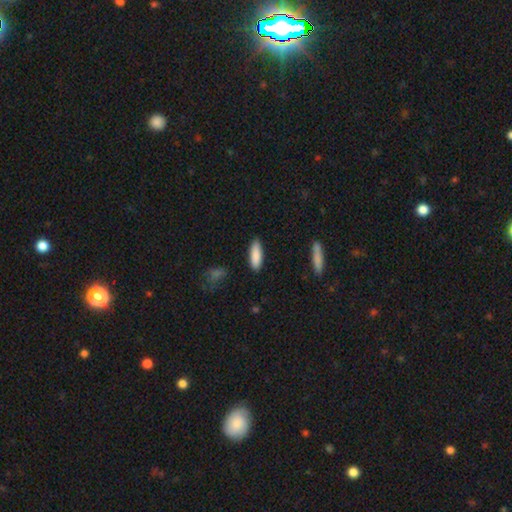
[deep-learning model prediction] Smooth or featured? smooth (88%)
How rounded? in between (55%)
Merging? none (87%)